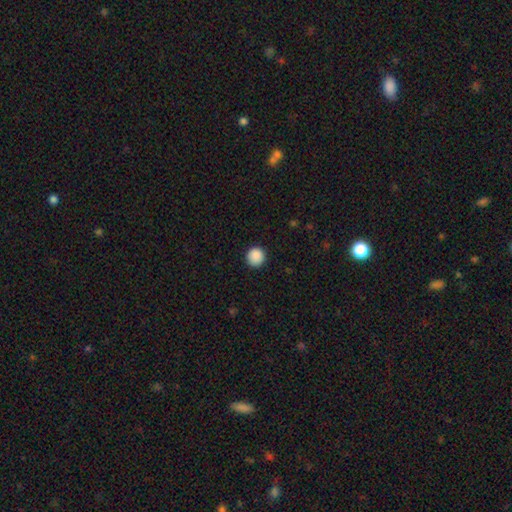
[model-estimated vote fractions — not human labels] A smooth galaxy with no disk features (89%) that is round (95%). Merging: none (92%).